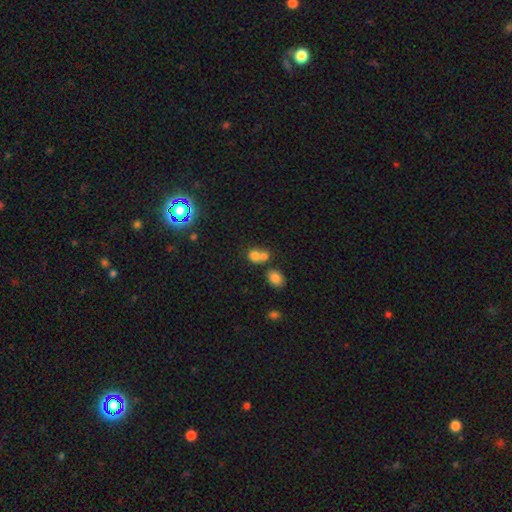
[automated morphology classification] This appears to be a smooth galaxy with no disk features (75%) that is round (71%). Merging: merger (55%).